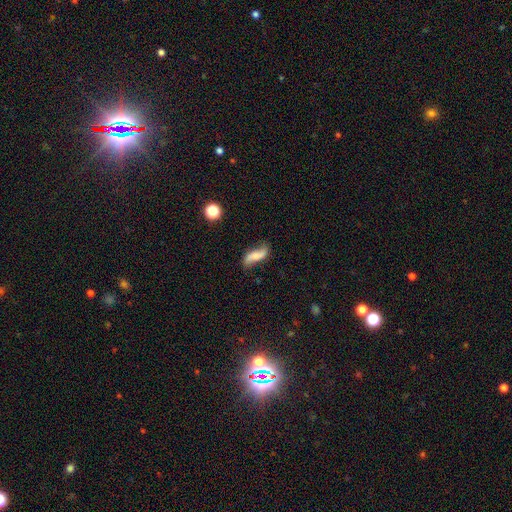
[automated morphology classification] A featured or disk galaxy (53%). Merging: none (69%).